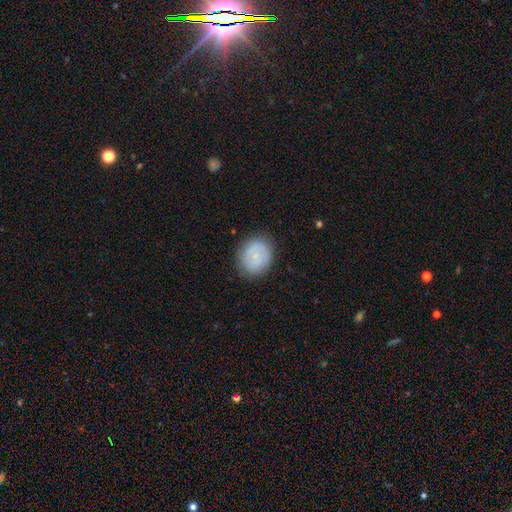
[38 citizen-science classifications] smooth_or_featured: smooth (p=0.84) [alt: featured or disk p=0.11]
how_rounded: round (p=0.75) [alt: in between p=0.25]
merging: none (p=0.83) [alt: minor disturbance p=0.08]